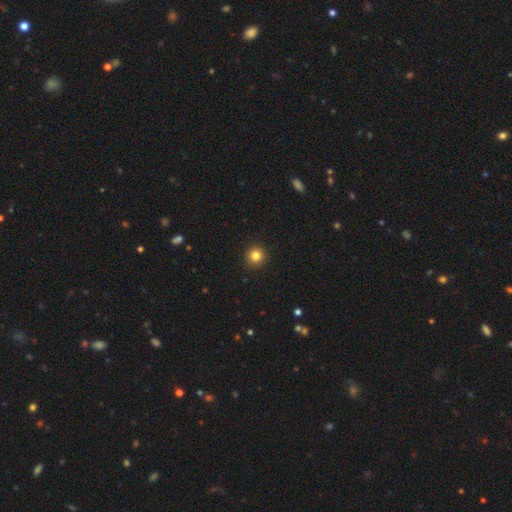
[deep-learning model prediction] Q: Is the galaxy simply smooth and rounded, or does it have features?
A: smooth — 82%.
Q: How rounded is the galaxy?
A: round — 96%.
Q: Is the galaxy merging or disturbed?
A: none — 93%.